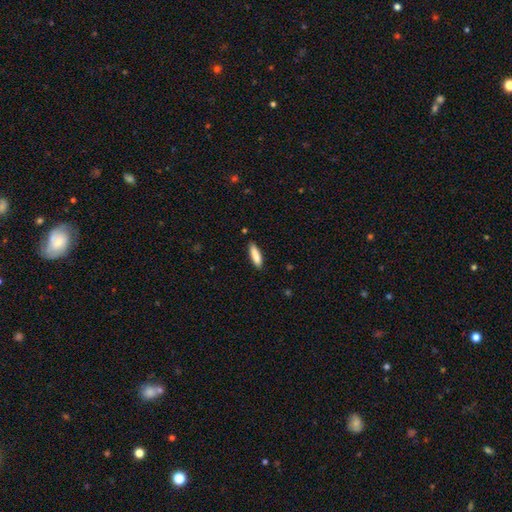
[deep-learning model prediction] Smooth or featured? smooth (87%)
How rounded? cigar-shaped (64%)
Merging? none (86%)